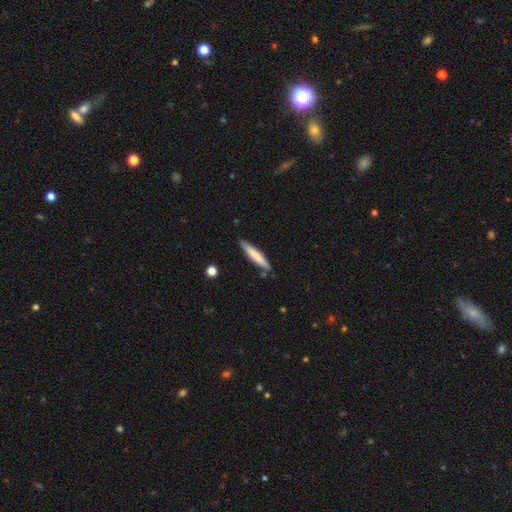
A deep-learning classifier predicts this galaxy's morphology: smooth 74%, featured or disk 20%, star or artifact 5%. Down the decision tree: how rounded — cigar-shaped (91%); merging — none (84%).